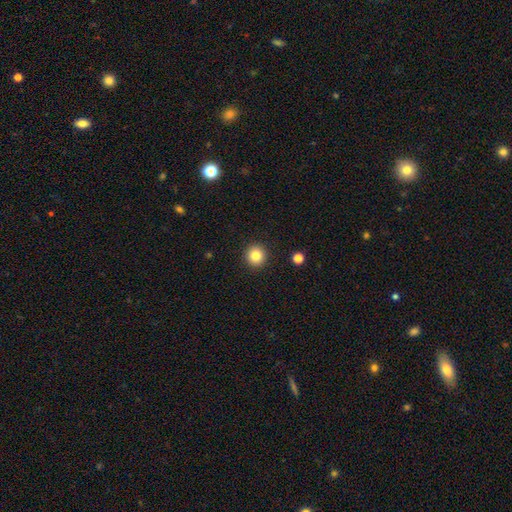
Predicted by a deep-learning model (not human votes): smooth-or-featured: smooth: 84% | star or artifact: 10% | featured or disk: 6%
  how-rounded: round: 94% | in between: 5% | cigar-shaped: 1%
  merging: none: 92% | minor disturbance: 5% | major disturbance: 2% | merger: 1%